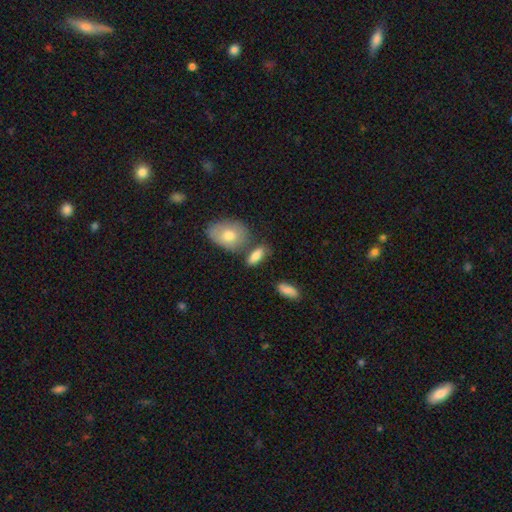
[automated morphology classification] The model was most divided on "merging": none: 62%, minor disturbance: 17%, merger: 15%, major disturbance: 6%. More confident: how rounded — in between (80%); smooth or featured — smooth (79%).